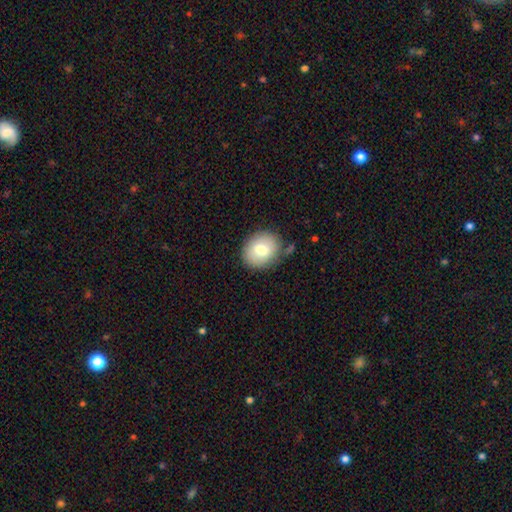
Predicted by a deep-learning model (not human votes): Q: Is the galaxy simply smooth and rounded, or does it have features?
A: smooth — 60%.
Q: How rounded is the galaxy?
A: round — 77%.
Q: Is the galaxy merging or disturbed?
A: none — 86%.